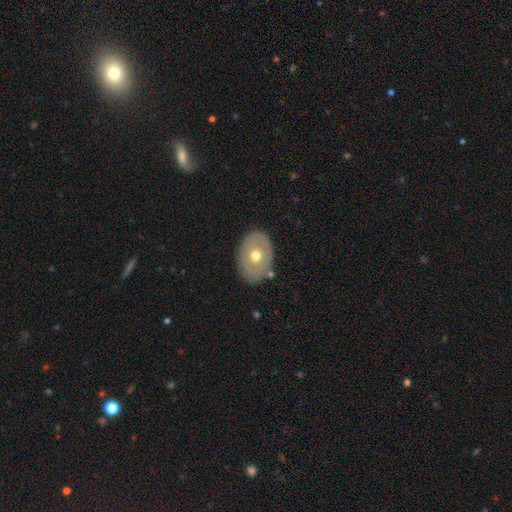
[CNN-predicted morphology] smooth 51%, featured or disk 43%, star or artifact 6%. Down the decision tree: how rounded — in between (78%); merging — none (84%).